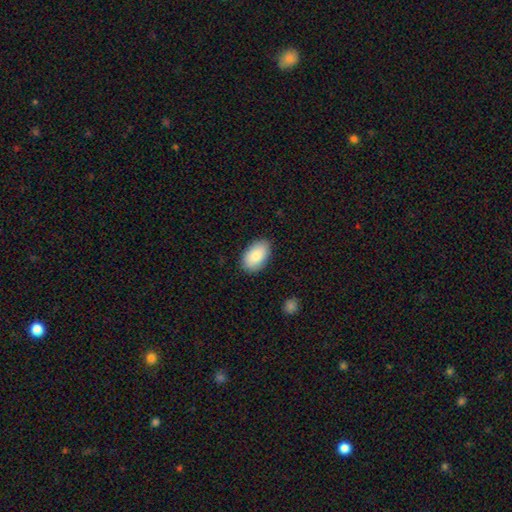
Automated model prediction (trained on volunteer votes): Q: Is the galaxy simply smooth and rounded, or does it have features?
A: smooth — 86%.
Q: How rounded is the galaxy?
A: in between — 94%.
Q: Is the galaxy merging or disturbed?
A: none — 86%.